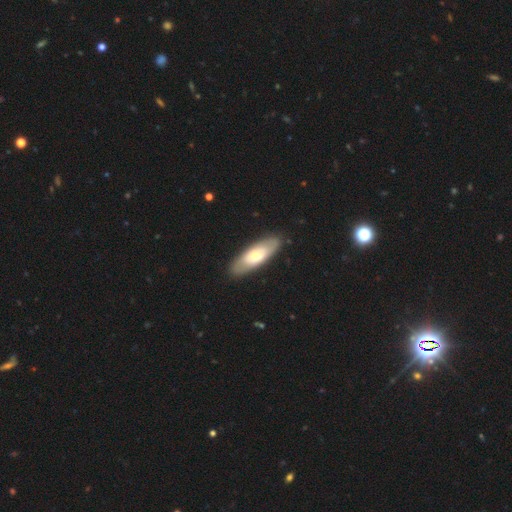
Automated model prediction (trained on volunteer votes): A smooth galaxy with no disk features (52%) that is in between round and cigar-shaped (67%).

Vote fractions:
- Smooth or featured? smooth: 52% / featured or disk: 43% / star or artifact: 5%
- How rounded? in between: 67% / cigar-shaped: 31% / round: 2%
- Merging? none: 87% / minor disturbance: 10% / major disturbance: 2% / merger: 1%